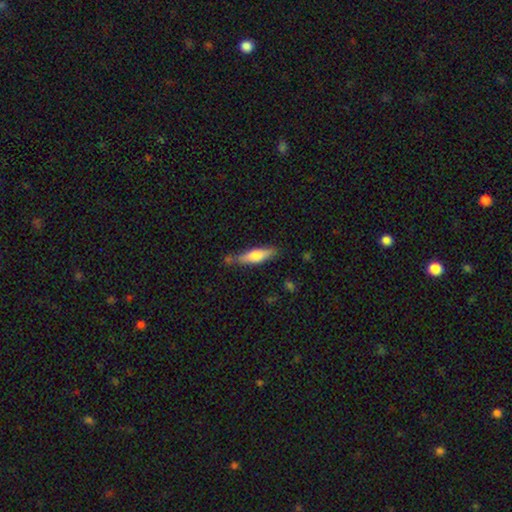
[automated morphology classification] Q: Smooth or featured?
A: smooth (61%); runner-up: featured or disk (34%)
Q: How rounded?
A: cigar-shaped (69%); runner-up: in between (29%)
Q: Merging?
A: none (73%); runner-up: minor disturbance (18%)